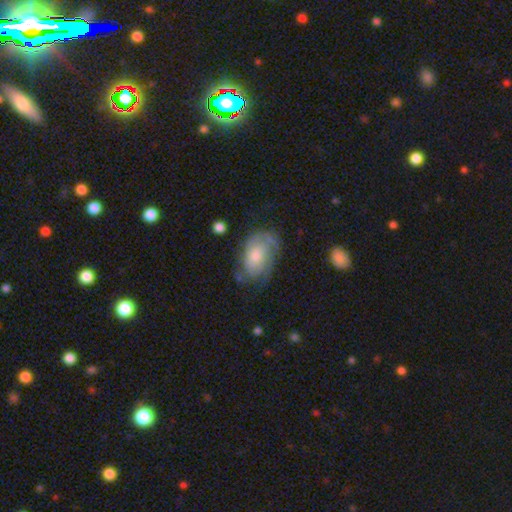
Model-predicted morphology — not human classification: Q: Smooth or featured?
A: featured or disk (62%); runner-up: smooth (31%)
Q: Edge-on disk?
A: no (96%); runner-up: yes (4%)
Q: Bar?
A: no (74%); runner-up: weak (22%)
Q: Spiral arms?
A: yes (85%); runner-up: no (15%)
Q: Spiral winding?
A: tight (53%); runner-up: medium (33%)
Q: Spiral arm count?
A: can't tell (38%); runner-up: 2 (36%)
Q: Bulge size?
A: moderate (49%); runner-up: small (40%)
Q: Merging?
A: none (59%); runner-up: minor disturbance (25%)